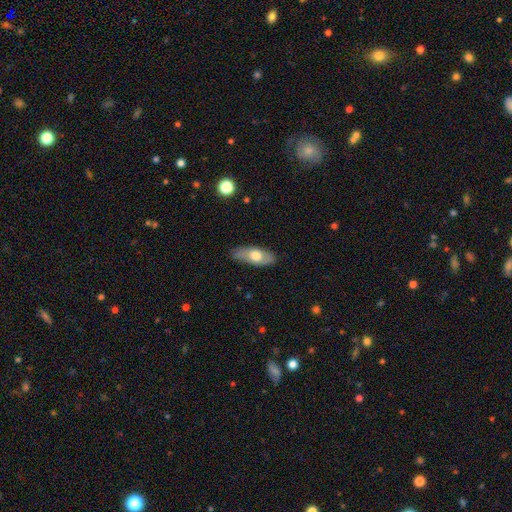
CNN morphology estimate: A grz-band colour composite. It shows a smooth galaxy with no disk features (60%) that is in between round and cigar-shaped (81%). Merging: none (80%).